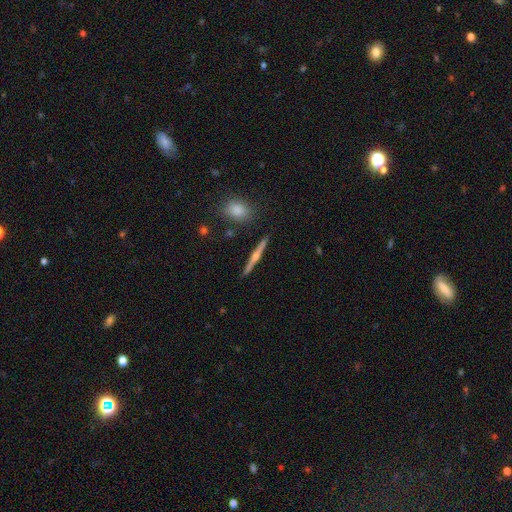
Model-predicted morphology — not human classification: Smooth or featured?
  - featured or disk: 65% *
  - smooth: 28%
  - star or artifact: 7%
Edge-on disk?
  - yes: 98% *
  - no: 2%
Edge-on bulge?
  - rounded: 79% *
  - none: 14%
  - boxy: 8%
Merging?
  - none: 89% *
  - minor disturbance: 7%
  - merger: 2%
  - major disturbance: 2%